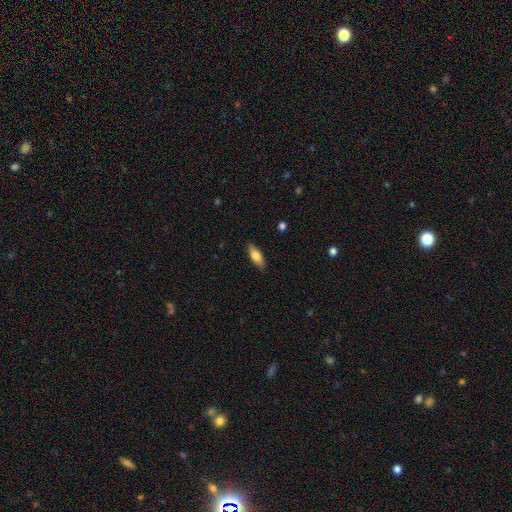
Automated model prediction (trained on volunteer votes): Smooth or featured: smooth — 78% (featured or disk — 16%)
How rounded: in between — 73% (cigar-shaped — 24%)
Merging: none — 87% (minor disturbance — 10%)